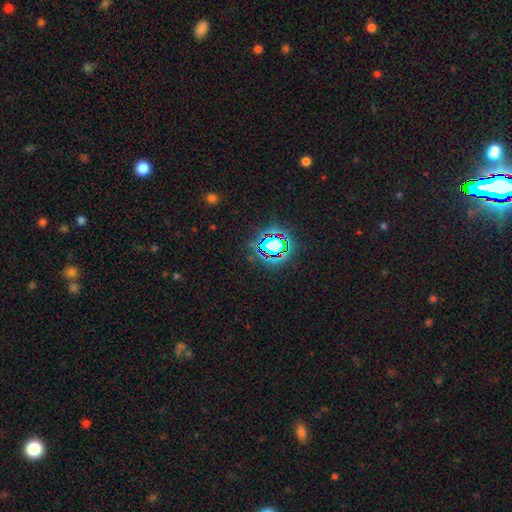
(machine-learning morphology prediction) Smooth or featured: star or artifact — 77% (smooth — 15%)